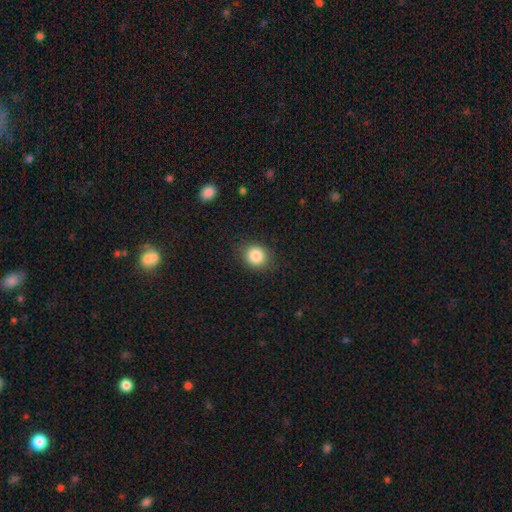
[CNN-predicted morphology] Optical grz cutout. It shows a smooth galaxy with no disk features (85%) that is round (77%). Merging: none (87%).